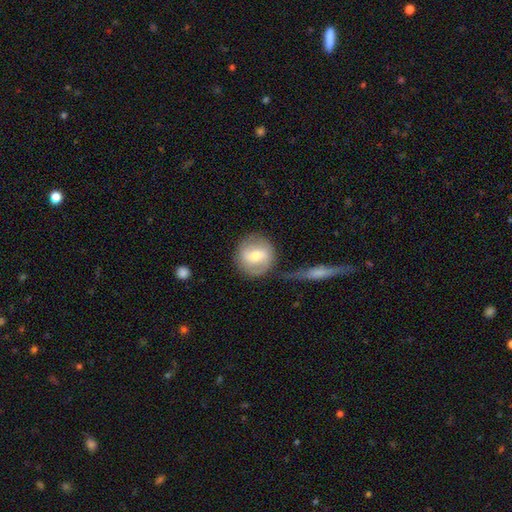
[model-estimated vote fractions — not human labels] This is possibly a smooth galaxy (48%). Merging: likely none (70%).